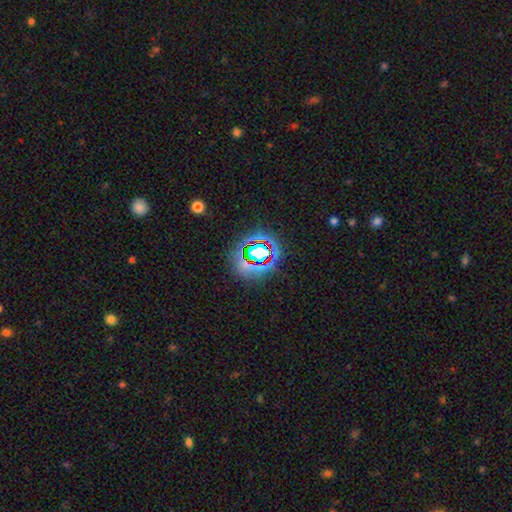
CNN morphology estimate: Smooth or featured? star or artifact (64%)